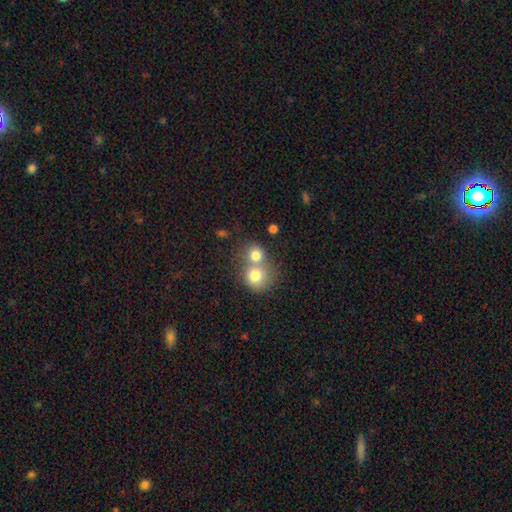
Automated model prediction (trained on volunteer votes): Smooth or featured?
  - smooth: 77% *
  - featured or disk: 12%
  - star or artifact: 11%
How rounded?
  - round: 81% *
  - in between: 18%
  - cigar-shaped: 1%
Merging?
  - merger: 57% *
  - none: 34%
  - minor disturbance: 6%
  - major disturbance: 3%